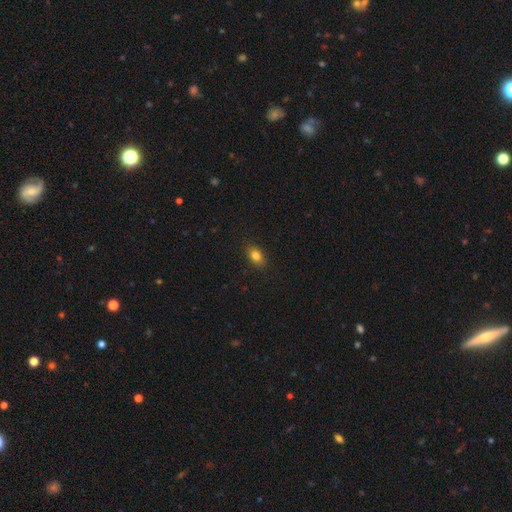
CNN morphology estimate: A smooth galaxy with no disk features (83%) that is in between round and cigar-shaped (79%).

Vote fractions:
- Smooth or featured? smooth: 83% / star or artifact: 10% / featured or disk: 7%
- How rounded? in between: 79% / round: 19% / cigar-shaped: 2%
- Merging? none: 88% / minor disturbance: 9% / major disturbance: 2% / merger: 1%